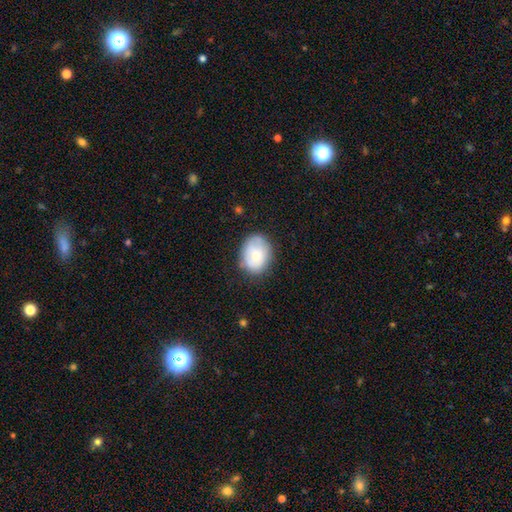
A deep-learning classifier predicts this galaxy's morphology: Smooth or featured?
  - smooth: 71% *
  - featured or disk: 21%
  - star or artifact: 7%
How rounded?
  - in between: 63% *
  - round: 36%
  - cigar-shaped: 1%
Merging?
  - none: 70% *
  - minor disturbance: 22%
  - major disturbance: 6%
  - merger: 2%